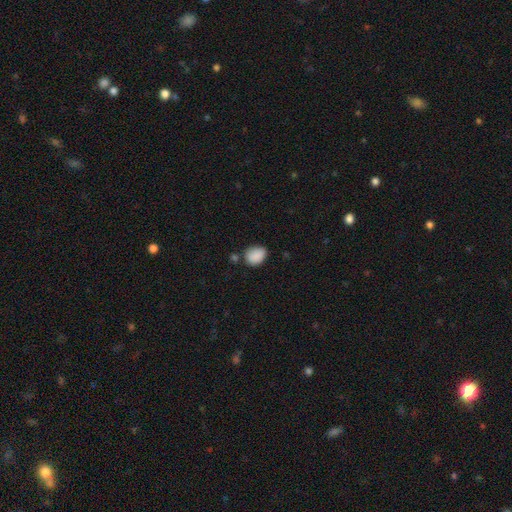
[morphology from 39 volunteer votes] Smooth or featured?
  - smooth: 87% *
  - star or artifact: 8%
  - featured or disk: 5%
How rounded?
  - in between: 71% *
  - round: 29%
  - cigar-shaped: 0%
Merging?
  - none: 53% *
  - minor disturbance: 39%
  - major disturbance: 8%
  - merger: 0%